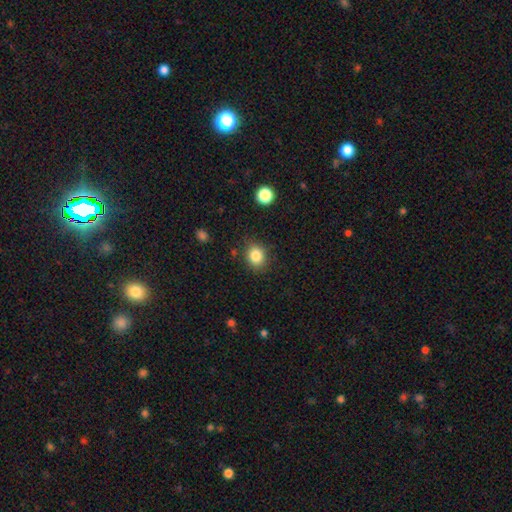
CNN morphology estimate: A smooth galaxy with no disk features (84%) that is round (67%). Merging: none (83%).